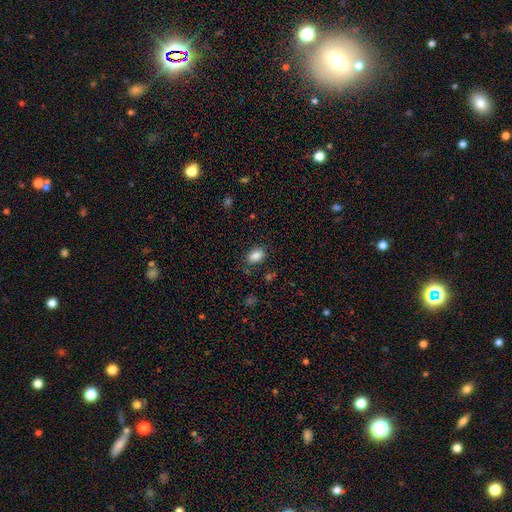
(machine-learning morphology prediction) Smooth or featured? smooth (87%)
How rounded? in between (87%)
Merging? none (80%)